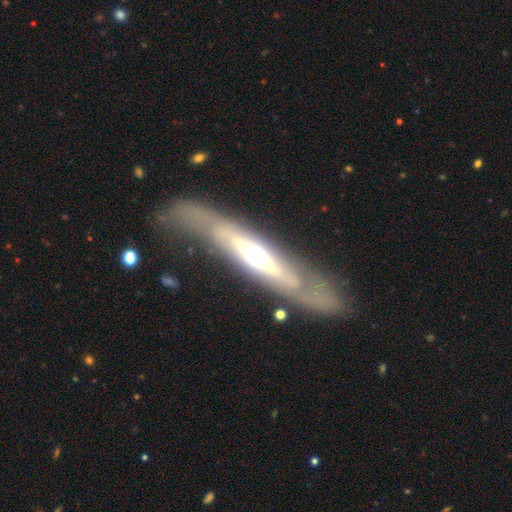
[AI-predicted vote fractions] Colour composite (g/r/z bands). It shows a featured or disk galaxy (73%). Merging: none (70%).